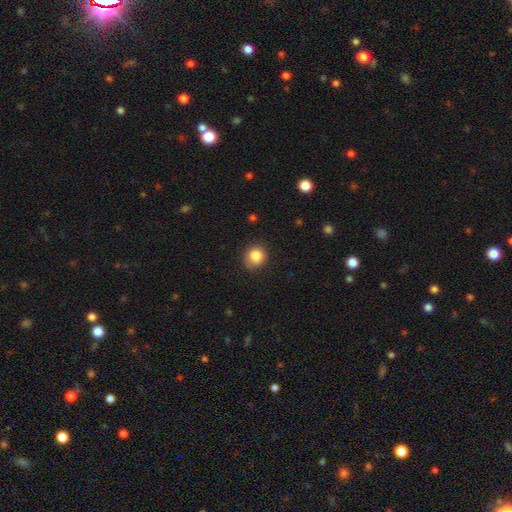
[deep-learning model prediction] A smooth galaxy with no disk features (85%) that is round (84%).

Vote fractions:
- Smooth or featured? smooth: 85% / star or artifact: 10% / featured or disk: 5%
- How rounded? round: 84% / in between: 16% / cigar-shaped: 1%
- Merging? none: 82% / minor disturbance: 14% / major disturbance: 3% / merger: 1%